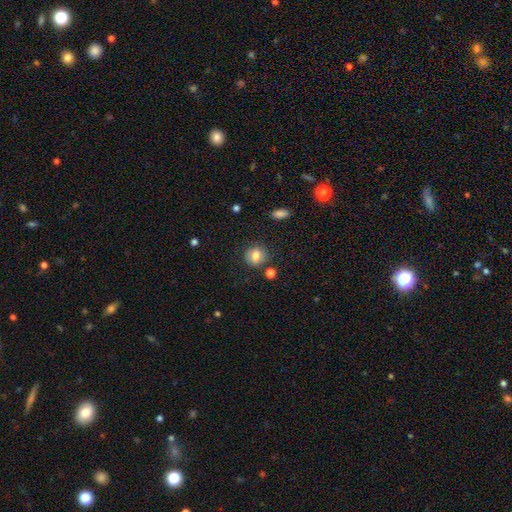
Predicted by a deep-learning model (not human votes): This appears to be a smooth galaxy with no disk features (78%) that is round (81%). Merging: none (81%).